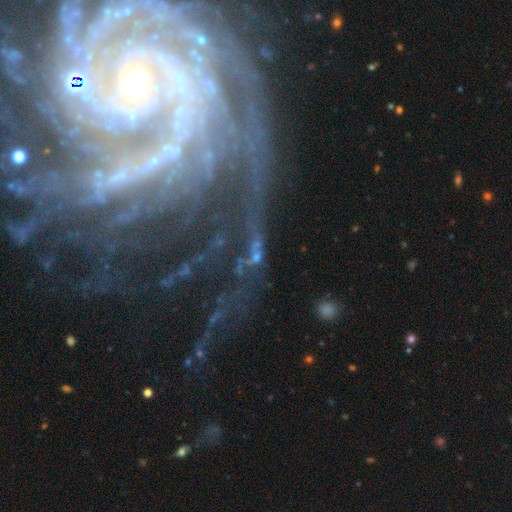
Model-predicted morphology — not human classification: featured or disk 43%, star or artifact 40%, smooth 17%. Down the decision tree: merging — none (62%).